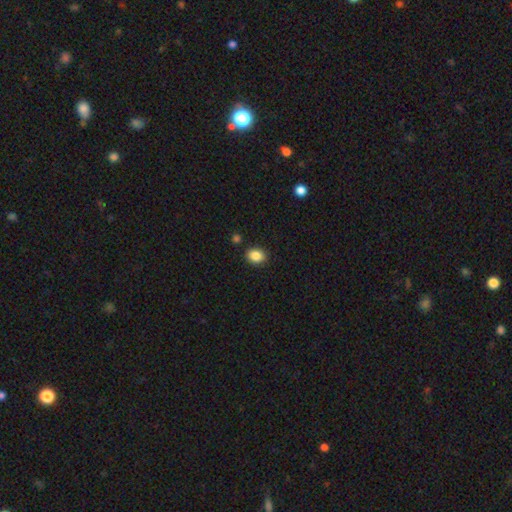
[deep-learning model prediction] Smooth or featured? Predicted: smooth (p=0.87). How rounded? Predicted: in between (p=0.55). Merging? Predicted: none (p=0.87).